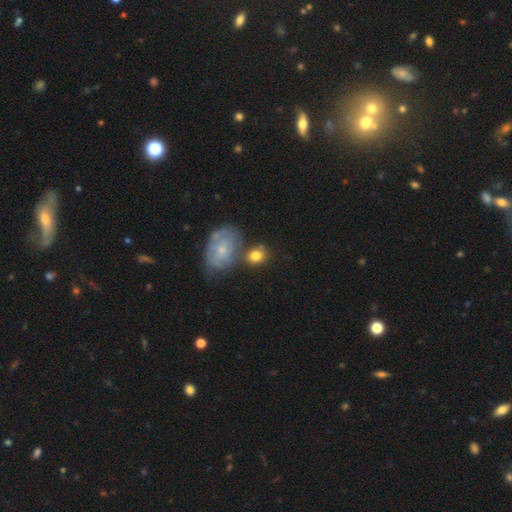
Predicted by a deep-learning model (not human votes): The model was most divided on "how rounded": round: 61%, in between: 37%, cigar-shaped: 1%. More confident: smooth or featured — smooth (71%); merging — none (56%).